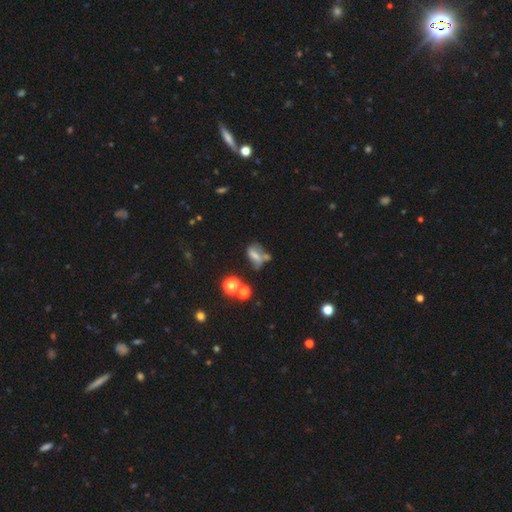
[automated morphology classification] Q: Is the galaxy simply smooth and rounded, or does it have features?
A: smooth — 52%.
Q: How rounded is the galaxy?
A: in between — 75%.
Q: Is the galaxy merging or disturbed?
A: none — 33%.